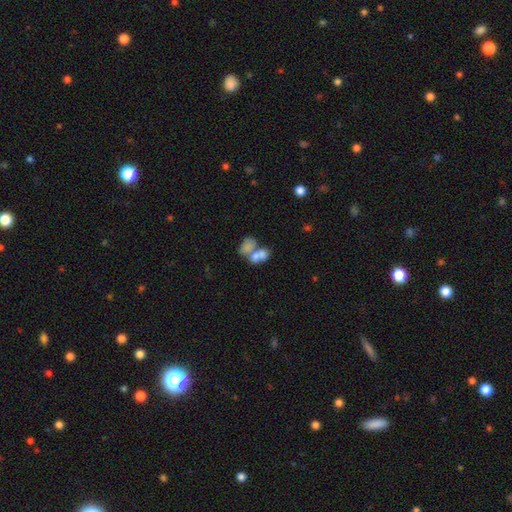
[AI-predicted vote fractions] Smooth or featured: smooth — 65% (featured or disk — 25%)
How rounded: in between — 77% (round — 22%)
Merging: merger — 71% (none — 16%)